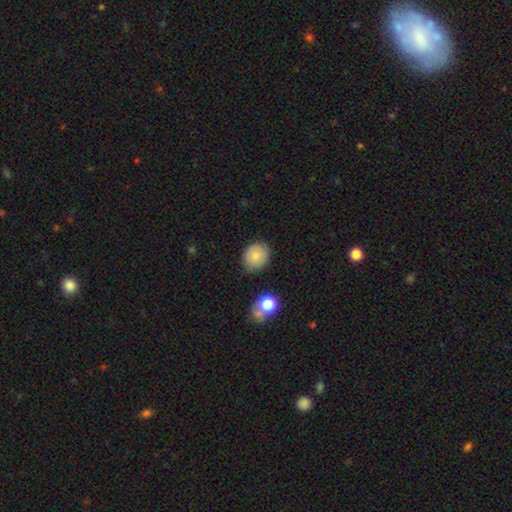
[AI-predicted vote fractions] This appears to be a smooth galaxy with no disk features (80%) that is round (68%). Merging: none (82%).